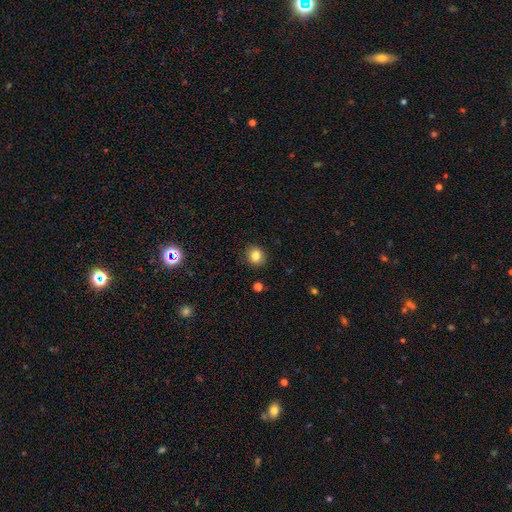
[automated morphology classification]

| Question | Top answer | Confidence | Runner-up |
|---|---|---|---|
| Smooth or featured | smooth | 83% | star or artifact (11%) |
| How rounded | round | 82% | in between (17%) |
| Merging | none | 90% | minor disturbance (7%) |